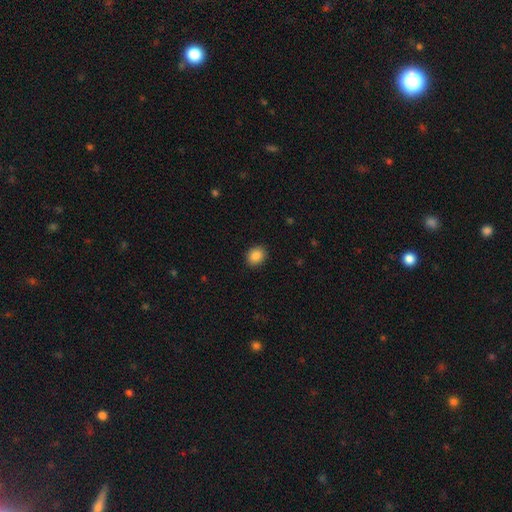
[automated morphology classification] A smooth galaxy with no disk features (87%) that is round (63%). Merging: none (90%).